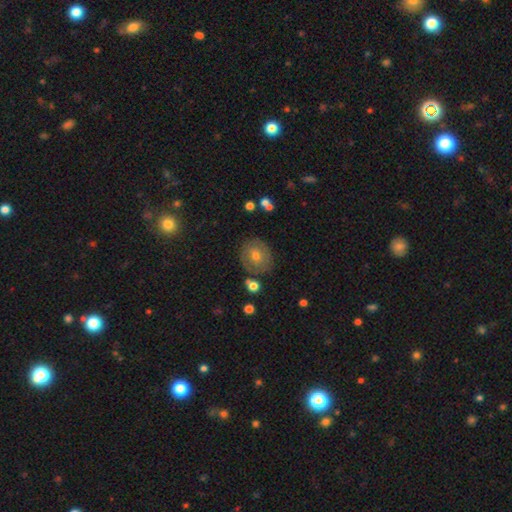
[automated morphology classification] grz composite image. It shows a smooth galaxy with no disk features (52%) that is round (76%). Merging: none (77%).